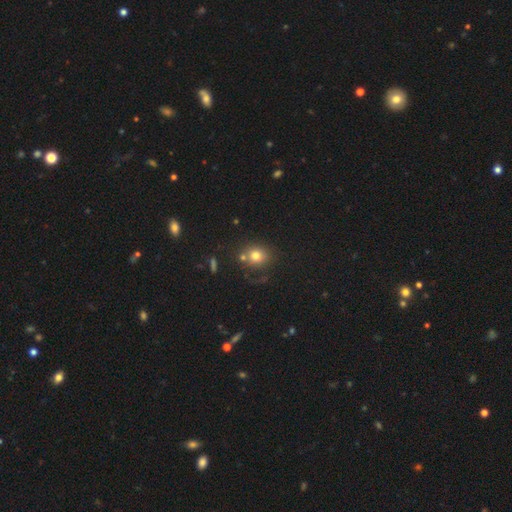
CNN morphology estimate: Smooth or featured? smooth (75%)
How rounded? round (74%)
Merging? none (63%)